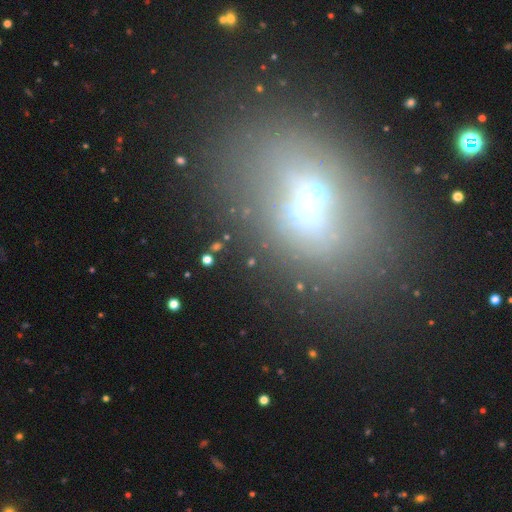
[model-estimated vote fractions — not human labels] Smooth or featured?
  - smooth: 44% *
  - featured or disk: 31%
  - star or artifact: 26%
Merging?
  - none: 66% *
  - minor disturbance: 15%
  - merger: 10%
  - major disturbance: 10%